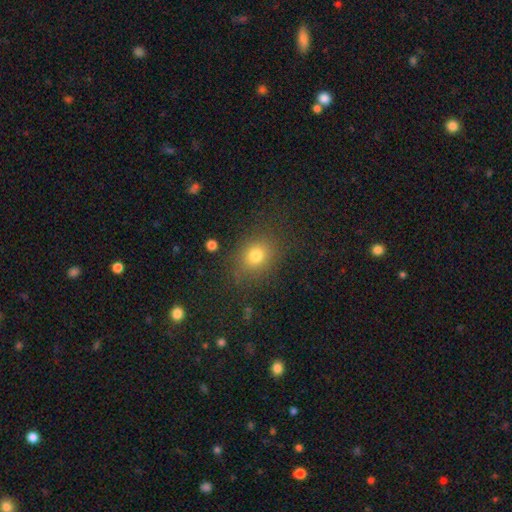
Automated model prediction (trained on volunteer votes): The model was most divided on "how rounded": round: 58%, in between: 41%, cigar-shaped: 1%. More confident: merging — none (82%); smooth or featured — smooth (76%).